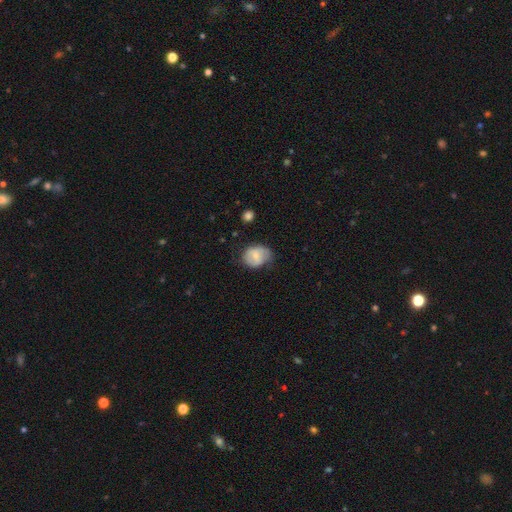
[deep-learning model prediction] The model was most divided on "how rounded": in between: 55%, round: 44%, cigar-shaped: 1%. More confident: smooth or featured — smooth (63%); merging — none (56%).